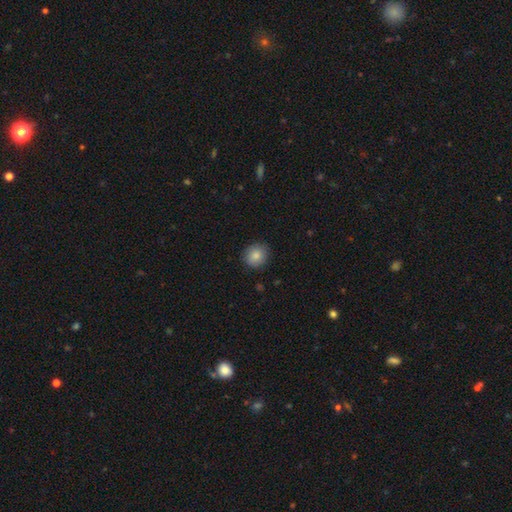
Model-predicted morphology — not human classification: A smooth galaxy with no disk features (85%) that is round (83%).

Vote fractions:
- Smooth or featured? smooth: 85% / star or artifact: 9% / featured or disk: 6%
- How rounded? round: 83% / in between: 16% / cigar-shaped: 1%
- Merging? none: 88% / minor disturbance: 9% / major disturbance: 2% / merger: 1%